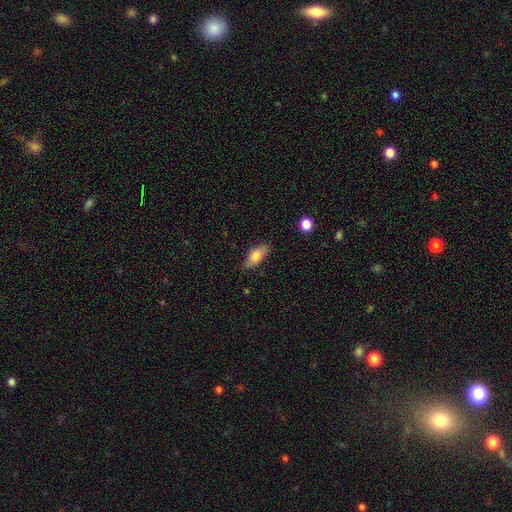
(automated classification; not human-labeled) smooth 75%, featured or disk 17%, star or artifact 7%. Down the decision tree: how rounded — in between (78%); merging — none (77%).